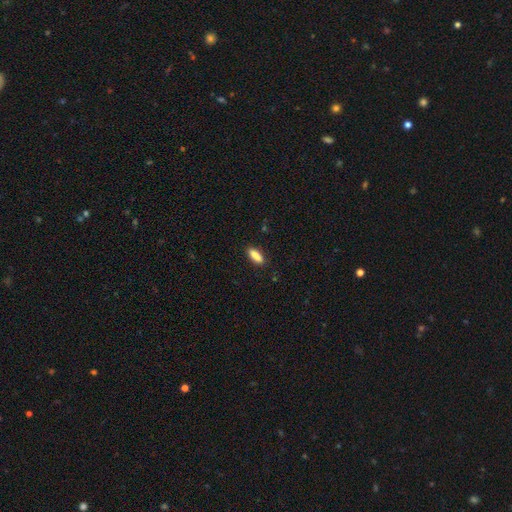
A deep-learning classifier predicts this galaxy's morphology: smooth_or_featured: smooth (p=0.88) [alt: star or artifact p=0.07]
how_rounded: in between (p=0.67) [alt: cigar-shaped p=0.30]
merging: none (p=0.88) [alt: minor disturbance p=0.09]